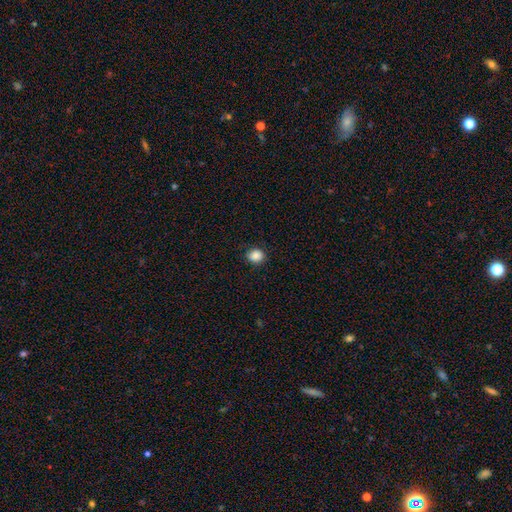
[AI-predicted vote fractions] This is clearly a smooth galaxy (87%). How rounded: likely round (75%). Merging: clearly none (84%).